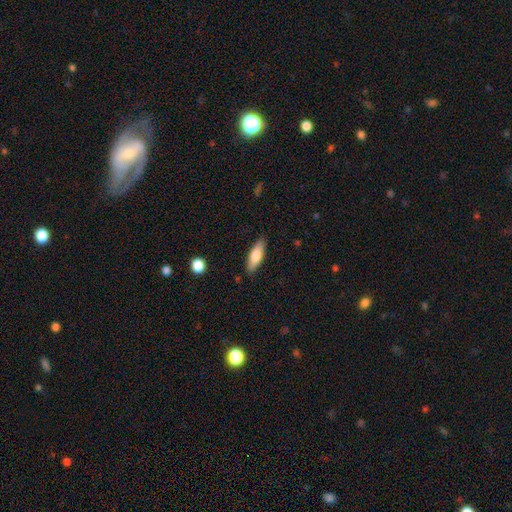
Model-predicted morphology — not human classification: Smooth or featured: smooth — 75% (featured or disk — 19%)
How rounded: in between — 57% (cigar-shaped — 41%)
Merging: none — 85% (minor disturbance — 11%)